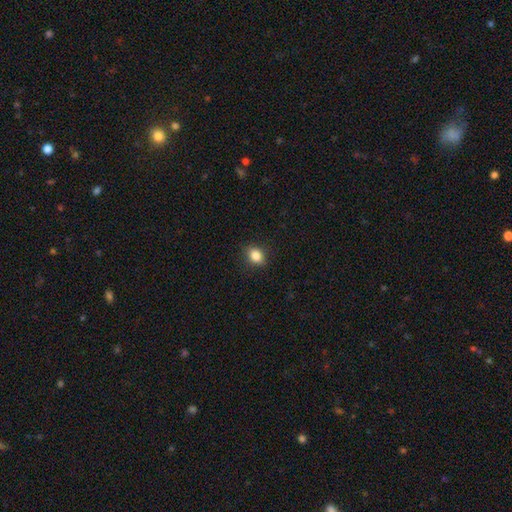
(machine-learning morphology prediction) Smooth or featured? Predicted: smooth (p=0.85). How rounded? Predicted: in between (p=0.61). Merging? Predicted: none (p=0.87).